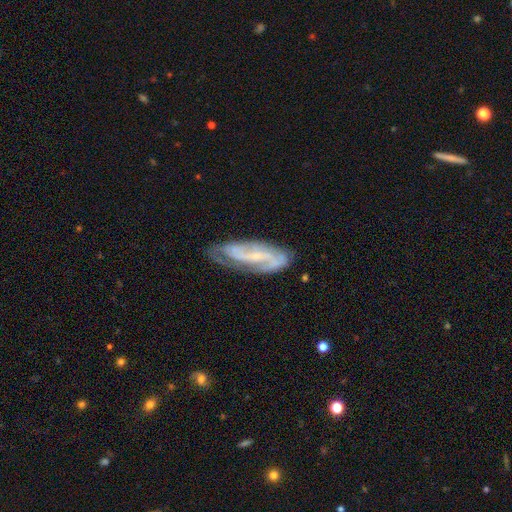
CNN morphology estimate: featured or disk 82%, smooth 12%, star or artifact 6%. Down the decision tree: edge-on disk — no (89%); bar — weak (39%); spiral arms — yes (94%); spiral arm count — 2 (78%); spiral winding — medium (44%); bulge size — small (69%); merging — none (71%).